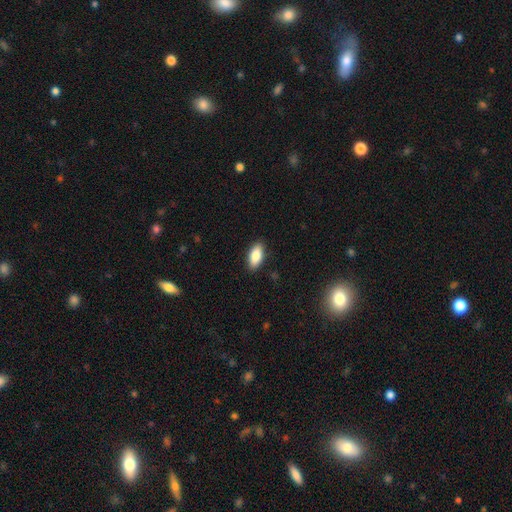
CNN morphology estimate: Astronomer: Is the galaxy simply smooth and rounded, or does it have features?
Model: smooth — 85%.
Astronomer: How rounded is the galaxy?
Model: in between — 89%.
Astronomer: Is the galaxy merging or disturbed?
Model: none — 88%.